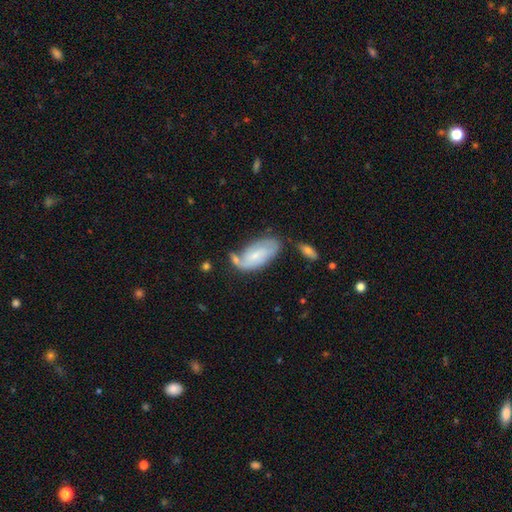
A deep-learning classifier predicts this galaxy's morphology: This is possibly a featured or disk galaxy (50%). Merging: possibly none (46%).